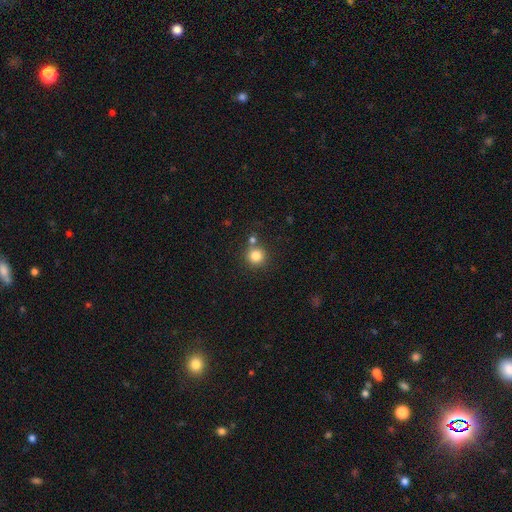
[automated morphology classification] This appears to be a smooth galaxy with no disk features (83%) that is round (94%). Merging: none (73%).